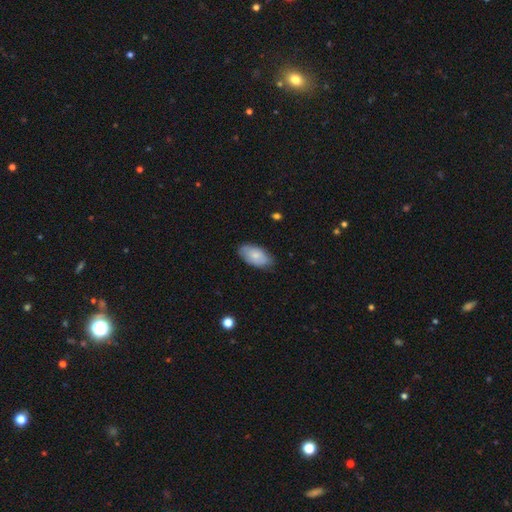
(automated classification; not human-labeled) smooth-or-featured: smooth: 74% | featured or disk: 20% | star or artifact: 6%
  how-rounded: in between: 95% | round: 3% | cigar-shaped: 3%
  merging: none: 77% | minor disturbance: 19% | major disturbance: 3% | merger: 1%